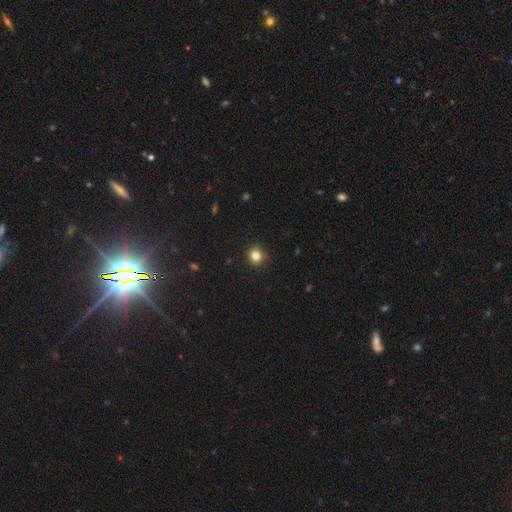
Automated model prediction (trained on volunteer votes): Morphology: type=smooth (83%); roundness=round (89%); merging=none (90%).